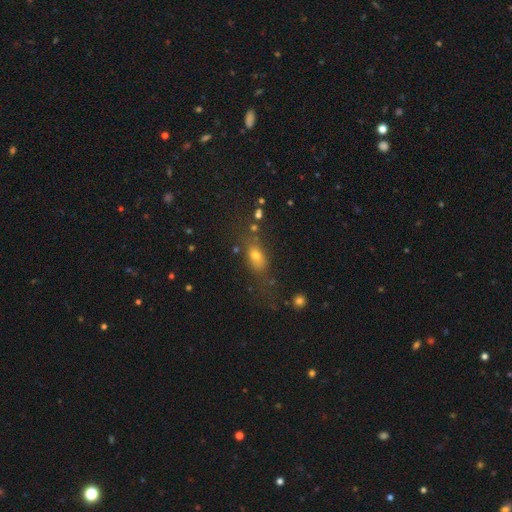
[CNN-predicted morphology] Q: Smooth or featured?
A: smooth (68%); runner-up: star or artifact (17%)
Q: How rounded?
A: in between (67%); runner-up: round (17%)
Q: Merging?
A: none (61%); runner-up: minor disturbance (18%)